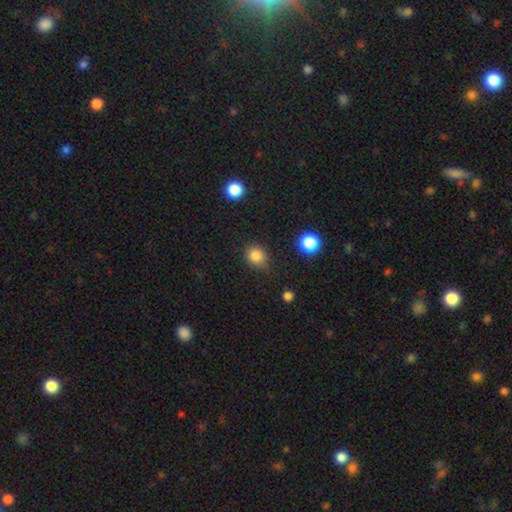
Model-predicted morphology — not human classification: smooth 83%, star or artifact 12%, featured or disk 5%. Down the decision tree: how rounded — round (77%); merging — none (80%).